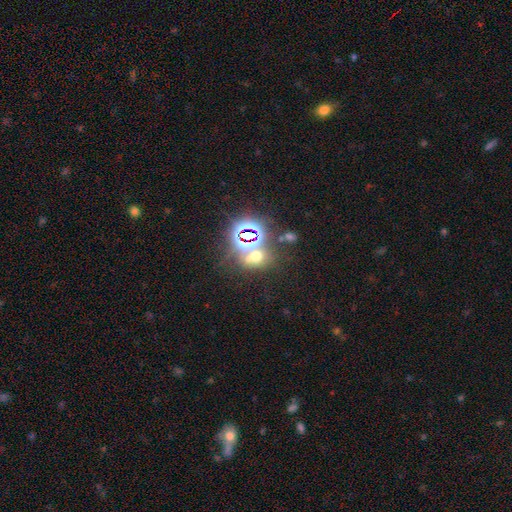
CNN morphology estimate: Overall: star or artifact (49%; smooth 39%).